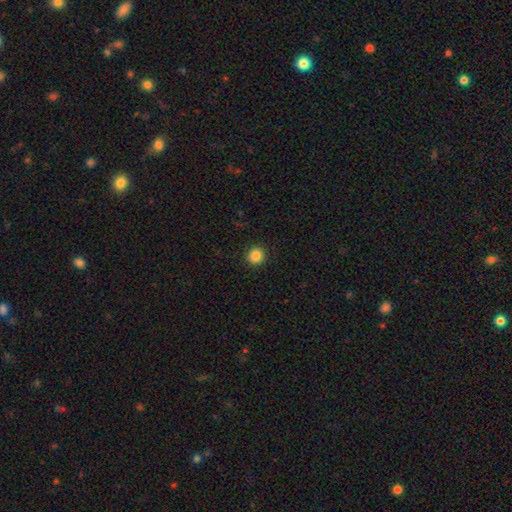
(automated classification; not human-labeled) This is clearly a smooth galaxy (86%). How rounded: clearly round (92%). Merging: clearly none (92%).